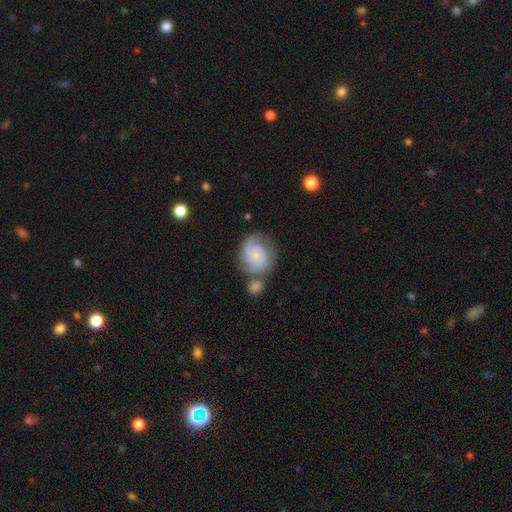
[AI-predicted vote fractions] Smooth or featured? Predicted: featured or disk (p=0.65). Edge-on disk? Predicted: no (p=0.98). Bar? Predicted: no (p=0.73). Spiral arms? Predicted: yes (p=0.92). Spiral winding? Predicted: tight (p=0.49). Spiral arm count? Predicted: 2 (p=0.38). Bulge size? Predicted: small (p=0.70). Merging? Predicted: none (p=0.52).